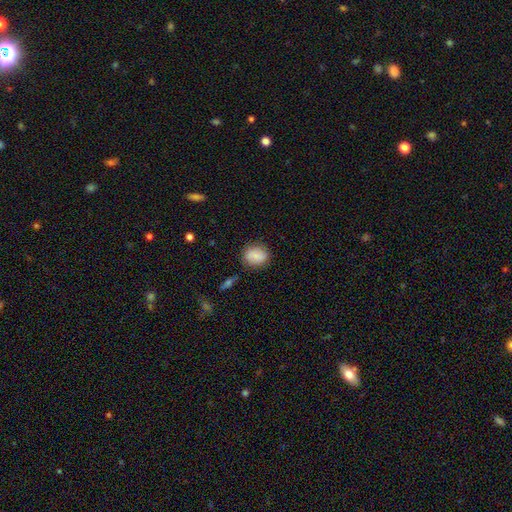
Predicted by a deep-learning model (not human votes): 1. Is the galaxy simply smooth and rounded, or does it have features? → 82% smooth, 10% featured or disk, 8% star or artifact.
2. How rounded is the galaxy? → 57% round, 42% in between, 1% cigar-shaped.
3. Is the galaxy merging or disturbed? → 79% none, 15% minor disturbance, 4% major disturbance, 2% merger.